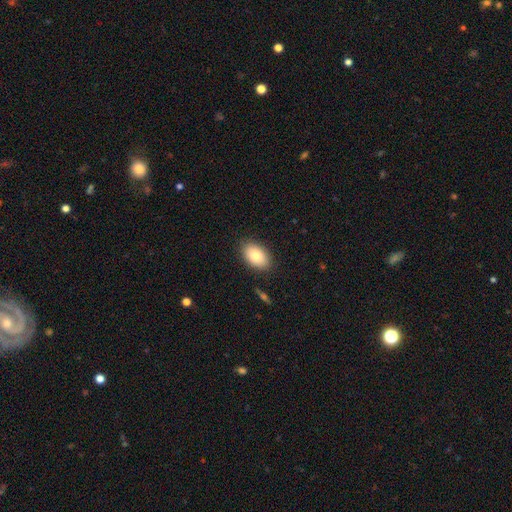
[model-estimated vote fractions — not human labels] A smooth galaxy with no disk features (82%) that is in between round and cigar-shaped (90%). Merging: none (87%).